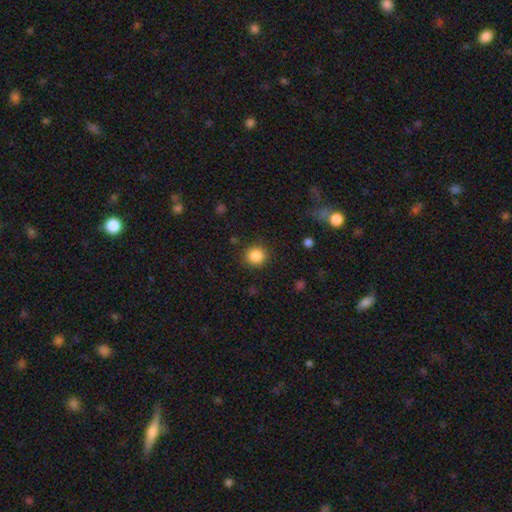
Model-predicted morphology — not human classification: type=smooth (86%); roundness=round (89%); merging=none (88%).